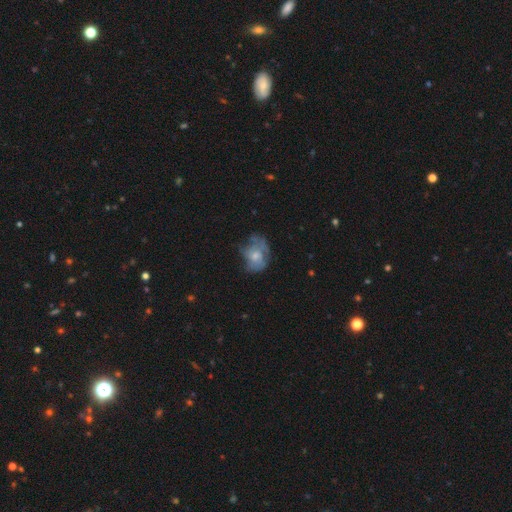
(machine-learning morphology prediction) Overall: featured or disk (45%, tied with smooth). Merging: none (39%; major disturbance 30%).